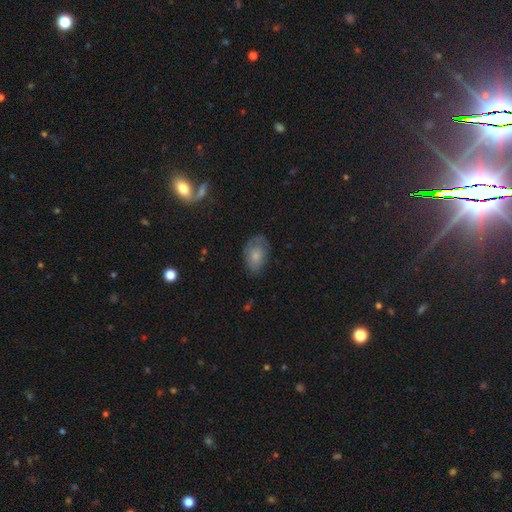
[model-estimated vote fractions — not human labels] This is likely a smooth galaxy (69%). How rounded: clearly in between (87%). Merging: likely none (62%).